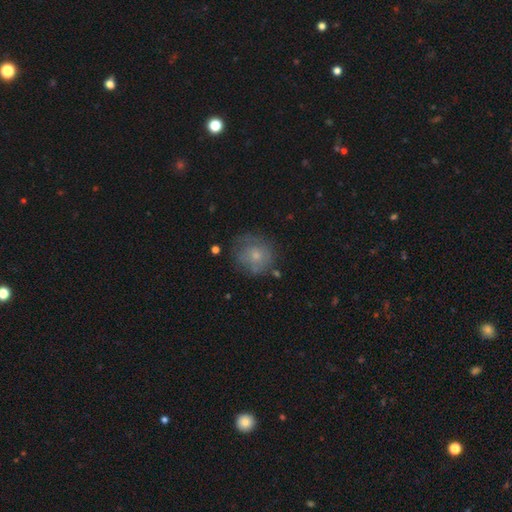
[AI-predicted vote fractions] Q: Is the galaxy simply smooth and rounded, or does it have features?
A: smooth — 60%.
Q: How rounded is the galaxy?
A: round — 85%.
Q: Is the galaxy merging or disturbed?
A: none — 59%.